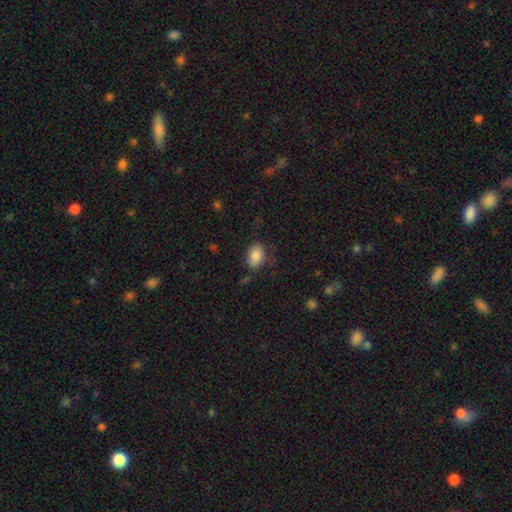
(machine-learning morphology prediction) A smooth galaxy with no disk features (82%) that is in between round and cigar-shaped (77%). Merging: none (67%).